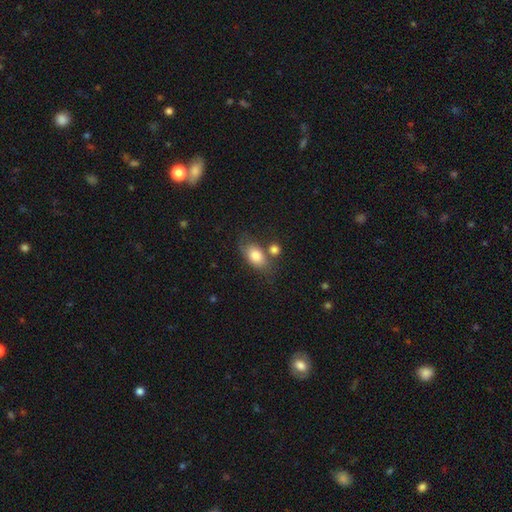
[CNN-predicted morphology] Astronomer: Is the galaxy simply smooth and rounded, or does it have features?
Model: smooth — 78%.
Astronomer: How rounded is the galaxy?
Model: in between — 85%.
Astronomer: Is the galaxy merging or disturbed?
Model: none — 56%.